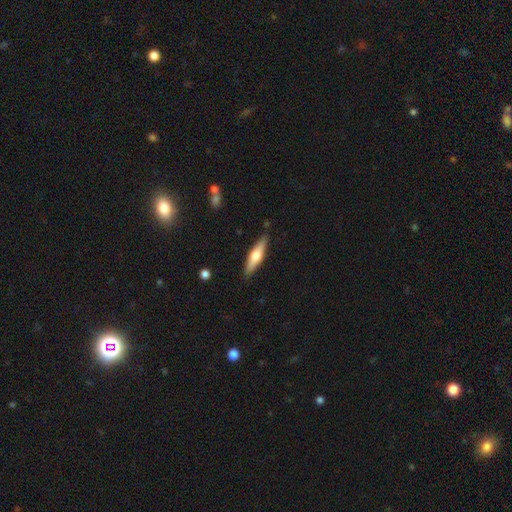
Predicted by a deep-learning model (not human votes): Q: Smooth or featured?
A: featured or disk (50%); runner-up: smooth (45%)
Q: Merging?
A: none (87%); runner-up: minor disturbance (9%)